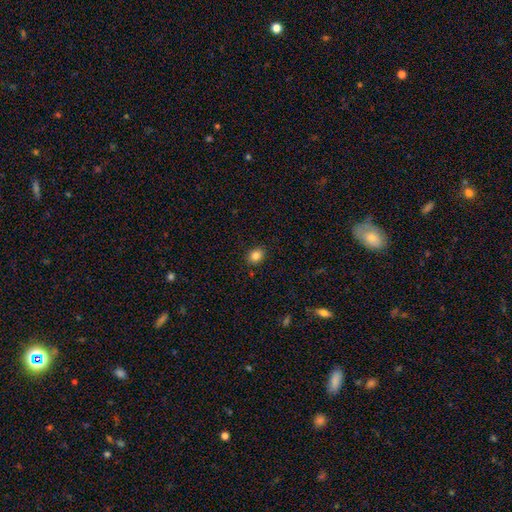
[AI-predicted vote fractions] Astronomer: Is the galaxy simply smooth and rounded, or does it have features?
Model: smooth — 84%.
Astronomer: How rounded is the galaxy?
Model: in between — 53% (runner-up: round, 46%).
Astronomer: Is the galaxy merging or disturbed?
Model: none — 87%.